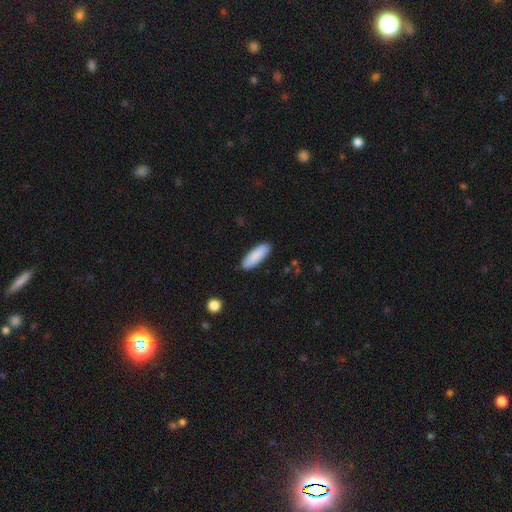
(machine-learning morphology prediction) Q: Smooth or featured?
A: smooth (88%); runner-up: featured or disk (6%)
Q: How rounded?
A: in between (59%); runner-up: cigar-shaped (40%)
Q: Merging?
A: none (88%); runner-up: minor disturbance (9%)